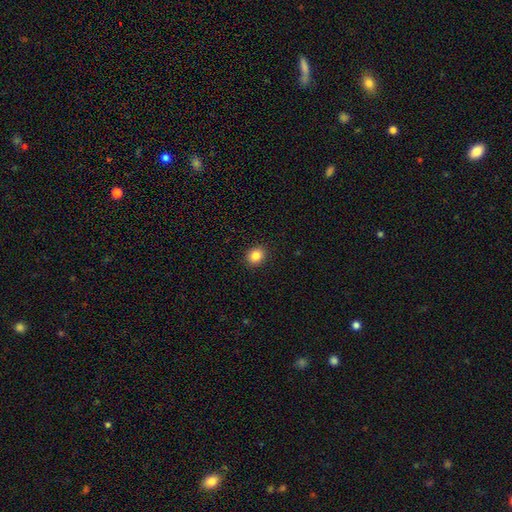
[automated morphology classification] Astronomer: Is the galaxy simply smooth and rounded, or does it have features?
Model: smooth — 85%.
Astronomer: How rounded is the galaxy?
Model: round — 69%.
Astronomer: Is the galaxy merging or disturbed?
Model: none — 92%.